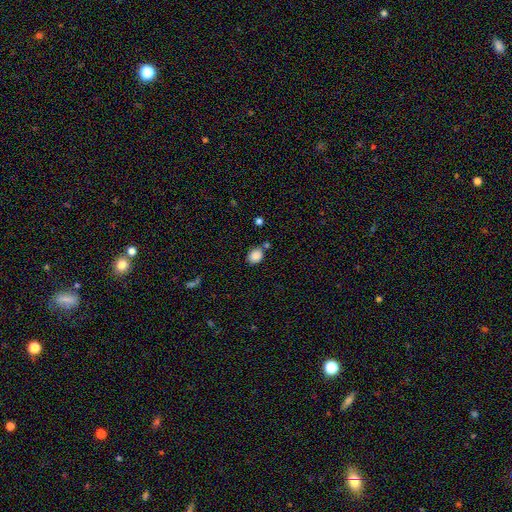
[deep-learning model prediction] Q: Smooth or featured?
A: smooth (87%); runner-up: star or artifact (9%)
Q: How rounded?
A: round (50%); runner-up: in between (49%)
Q: Merging?
A: none (70%); runner-up: minor disturbance (14%)